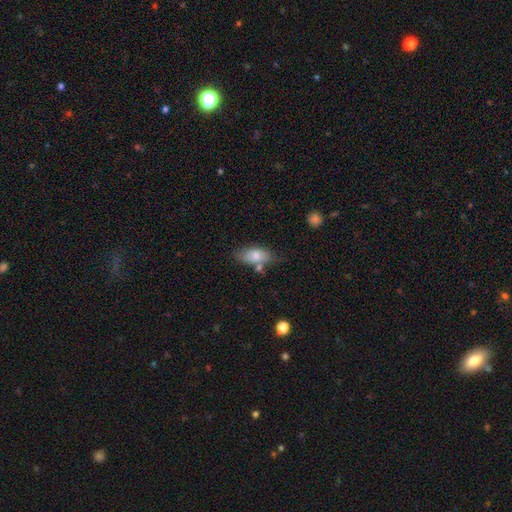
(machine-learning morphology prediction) Q: Smooth or featured?
A: smooth (76%); runner-up: featured or disk (17%)
Q: How rounded?
A: in between (87%); runner-up: cigar-shaped (9%)
Q: Merging?
A: none (63%); runner-up: minor disturbance (21%)